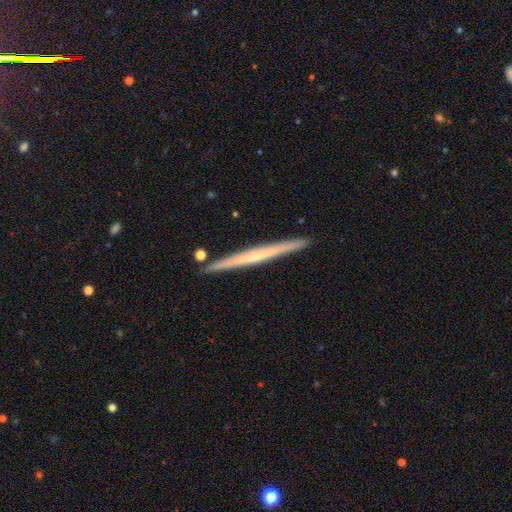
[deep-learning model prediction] Morphology: type=featured or disk (60%); edge-on=yes (97%); edge-on bulge=none (76%); merging=none (91%).